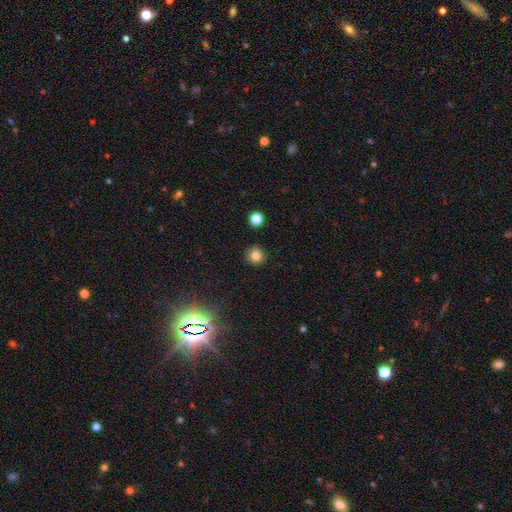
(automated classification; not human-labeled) smooth_or_featured: smooth (p=0.82) [alt: star or artifact p=0.12]
how_rounded: round (p=0.92) [alt: in between p=0.07]
merging: none (p=0.91) [alt: minor disturbance p=0.06]